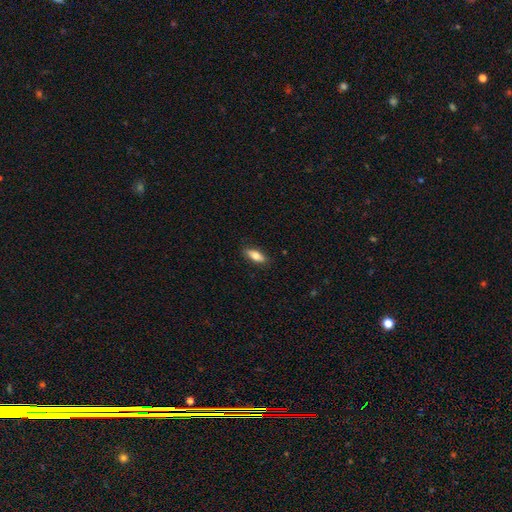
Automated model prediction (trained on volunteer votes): smooth_or_featured: smooth (p=0.76) [alt: featured or disk p=0.18]
how_rounded: in between (p=0.76) [alt: cigar-shaped p=0.22]
merging: none (p=0.86) [alt: minor disturbance p=0.11]